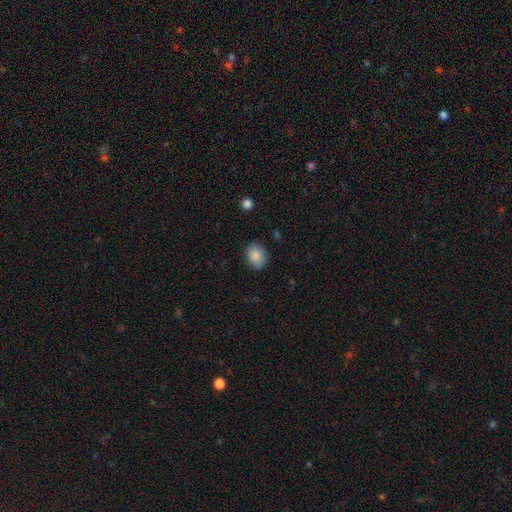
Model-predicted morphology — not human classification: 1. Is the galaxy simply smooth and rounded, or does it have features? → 87% smooth, 8% star or artifact, 5% featured or disk.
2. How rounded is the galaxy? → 50% in between, 49% round, 1% cigar-shaped.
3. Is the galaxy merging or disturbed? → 83% none, 13% minor disturbance, 3% major disturbance, 1% merger.